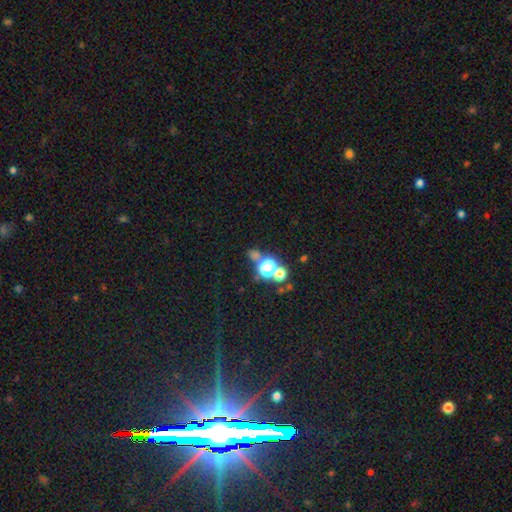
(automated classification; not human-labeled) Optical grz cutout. It shows a star or artifact, not a galaxy (46%).